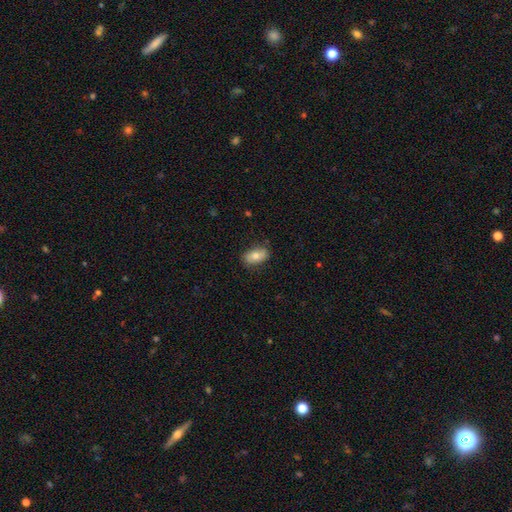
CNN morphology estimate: The model was most divided on "smooth or featured": smooth: 74%, featured or disk: 19%, star or artifact: 7%. More confident: how rounded — in between (91%); merging — none (80%).